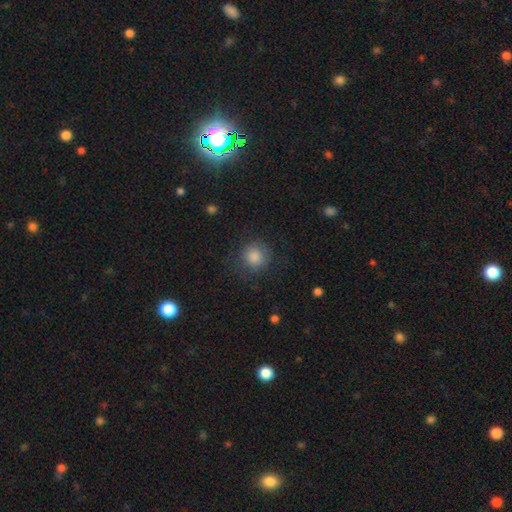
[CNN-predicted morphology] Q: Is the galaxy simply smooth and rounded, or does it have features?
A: smooth — 79%.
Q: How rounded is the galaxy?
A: round — 91%.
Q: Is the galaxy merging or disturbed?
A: none — 82%.